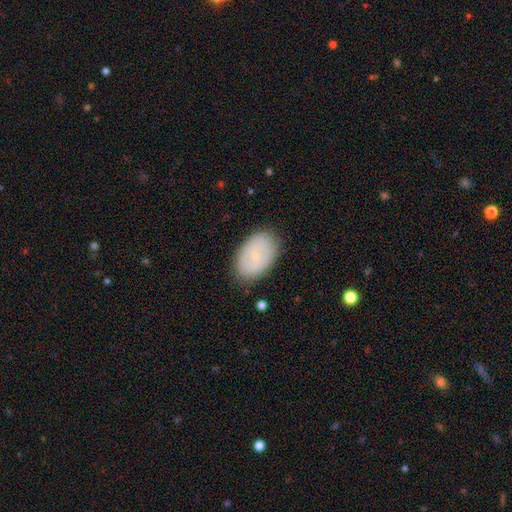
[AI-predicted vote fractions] A smooth galaxy with no disk features (69%) that is in between round and cigar-shaped (91%).

Vote fractions:
- Smooth or featured? smooth: 69% / featured or disk: 23% / star or artifact: 7%
- How rounded? in between: 91% / round: 7% / cigar-shaped: 1%
- Merging? none: 85% / minor disturbance: 11% / major disturbance: 3% / merger: 1%